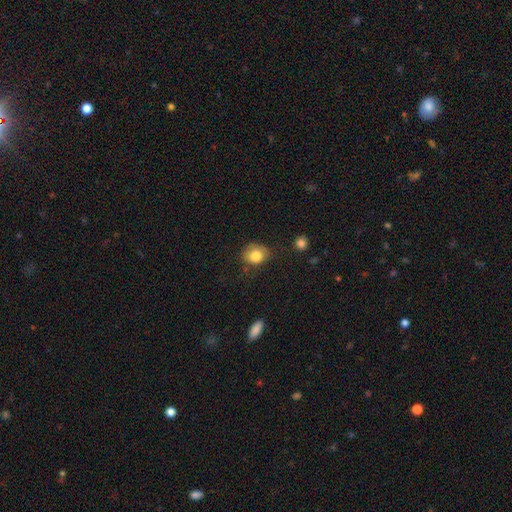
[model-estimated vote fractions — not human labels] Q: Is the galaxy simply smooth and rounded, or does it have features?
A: smooth — 82%.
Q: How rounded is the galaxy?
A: round — 61%.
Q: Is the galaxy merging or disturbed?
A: none — 59%.